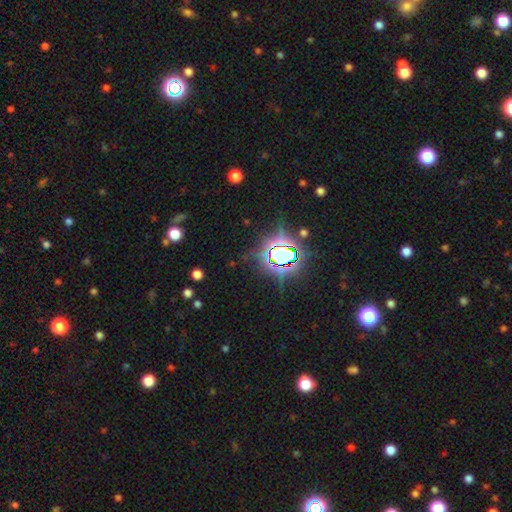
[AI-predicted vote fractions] This appears to be a star or artifact, not a galaxy (77%).